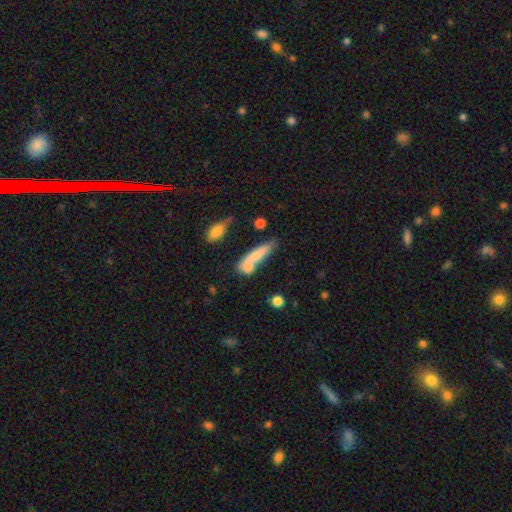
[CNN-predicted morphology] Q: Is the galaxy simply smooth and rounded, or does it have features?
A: smooth — 69%.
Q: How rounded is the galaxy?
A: cigar-shaped — 63%.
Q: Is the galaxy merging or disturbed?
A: merger — 45%.